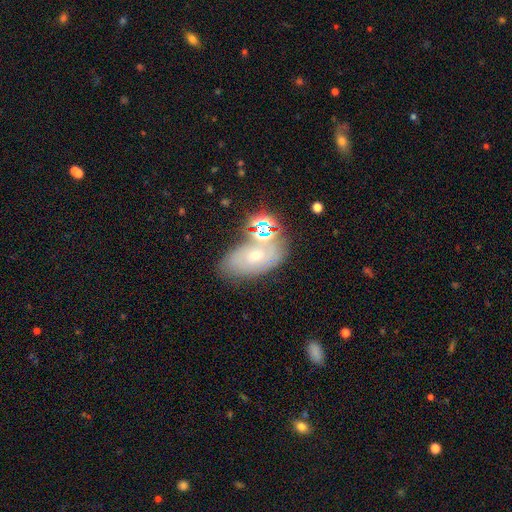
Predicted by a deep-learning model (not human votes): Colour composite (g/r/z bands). It shows a smooth galaxy with no disk features (40%). Merging: none (56%).